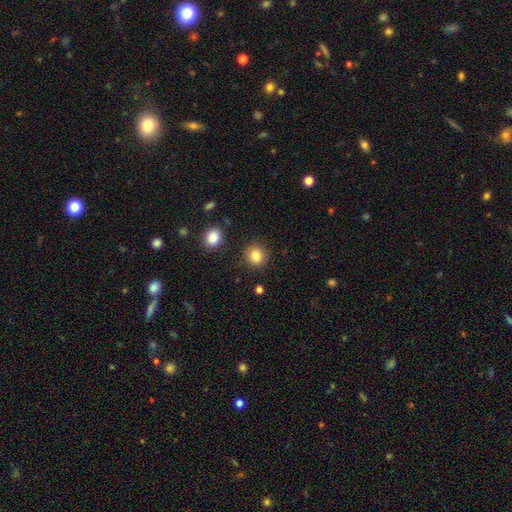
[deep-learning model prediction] This is clearly a smooth galaxy (85%). How rounded: clearly round (85%). Merging: clearly none (87%).